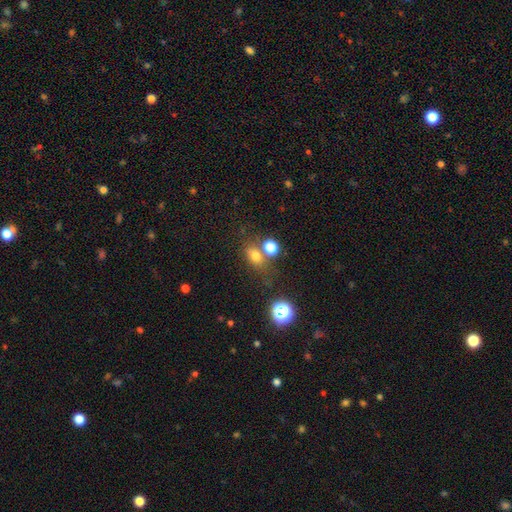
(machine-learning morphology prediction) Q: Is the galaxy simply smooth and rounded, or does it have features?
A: smooth — 72%.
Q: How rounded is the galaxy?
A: in between — 59%.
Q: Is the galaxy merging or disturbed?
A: none — 55%.